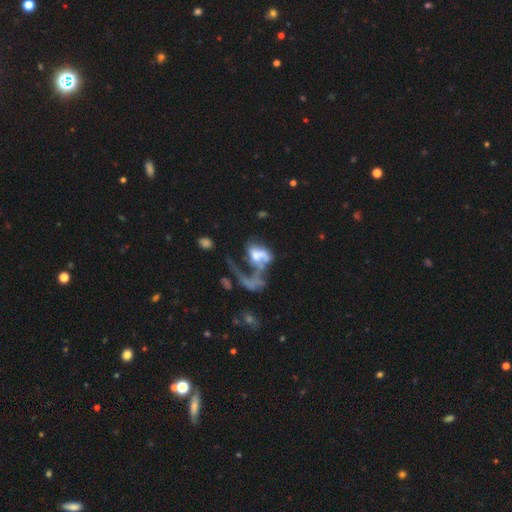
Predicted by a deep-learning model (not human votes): Q: Smooth or featured?
A: featured or disk (63%); runner-up: smooth (27%)
Q: Edge-on disk?
A: no (97%); runner-up: yes (3%)
Q: Bar?
A: no (68%); runner-up: weak (23%)
Q: Spiral arms?
A: yes (52%); runner-up: no (48%)
Q: Bulge size?
A: moderate (37%); runner-up: small (24%)
Q: Merging?
A: major disturbance (51%); runner-up: merger (29%)